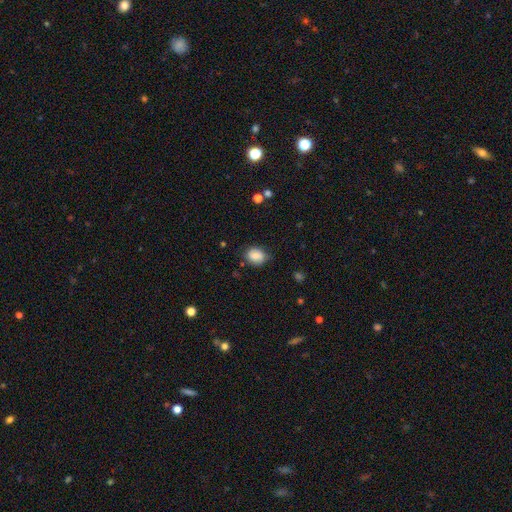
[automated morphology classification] Smooth or featured? Predicted: smooth (p=0.83). How rounded? Predicted: in between (p=0.52). Merging? Predicted: none (p=0.69).